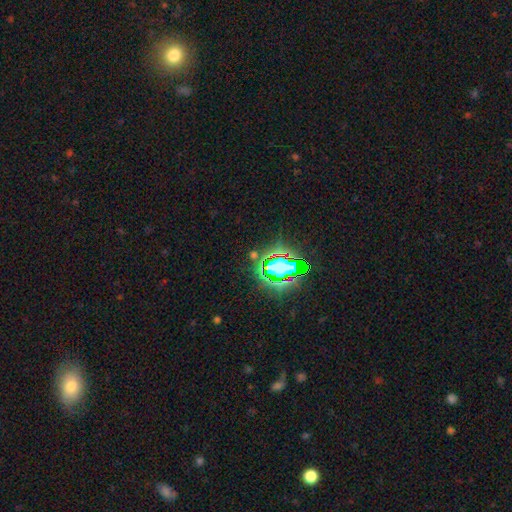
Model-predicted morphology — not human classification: This appears to be a star or artifact, not a galaxy (74%).